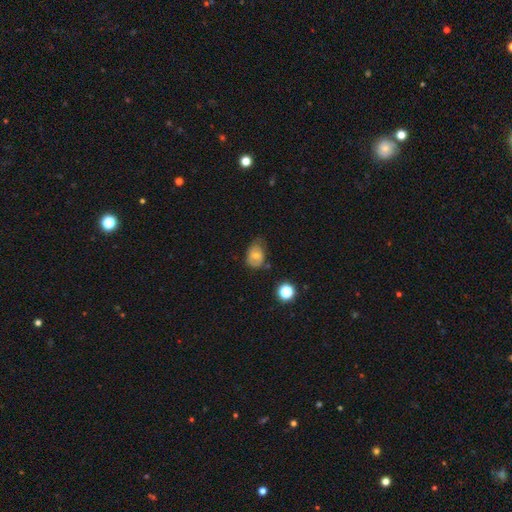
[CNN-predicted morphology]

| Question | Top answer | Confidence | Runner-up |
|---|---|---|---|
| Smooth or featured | smooth | 56% | featured or disk (34%) |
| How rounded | in between | 72% | round (27%) |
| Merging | none | 48% | minor disturbance (37%) |